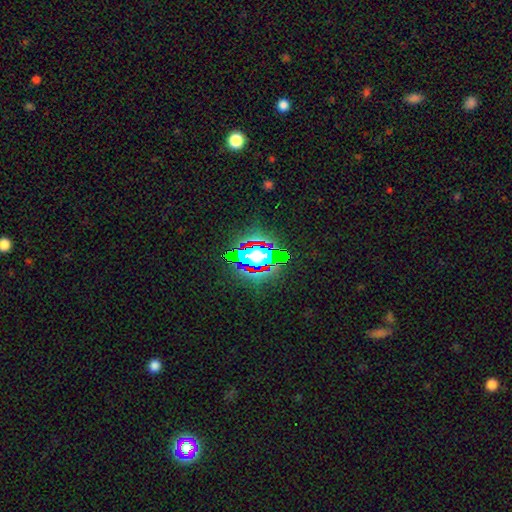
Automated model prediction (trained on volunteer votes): smooth-or-featured: star or artifact: 58% | smooth: 27% | featured or disk: 15%